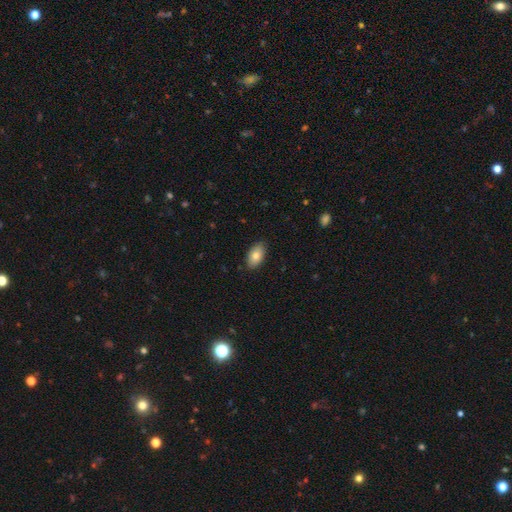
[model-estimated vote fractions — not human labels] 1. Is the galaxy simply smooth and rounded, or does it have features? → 80% smooth, 13% featured or disk, 7% star or artifact.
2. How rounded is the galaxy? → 93% in between, 5% round, 2% cigar-shaped.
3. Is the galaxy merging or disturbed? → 87% none, 11% minor disturbance, 2% major disturbance, 1% merger.